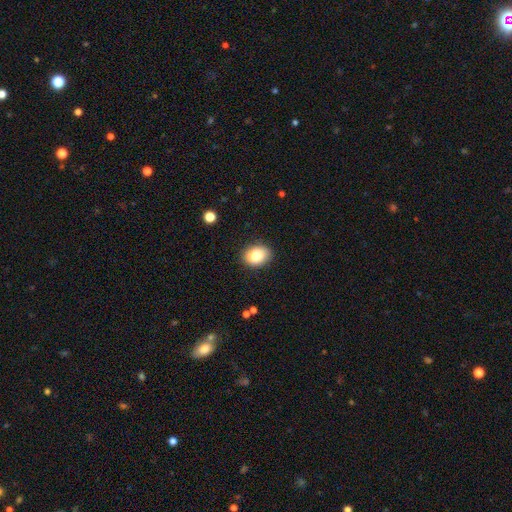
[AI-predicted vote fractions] Smooth or featured? Predicted: smooth (p=0.82). How rounded? Predicted: in between (p=0.59). Merging? Predicted: none (p=0.88).